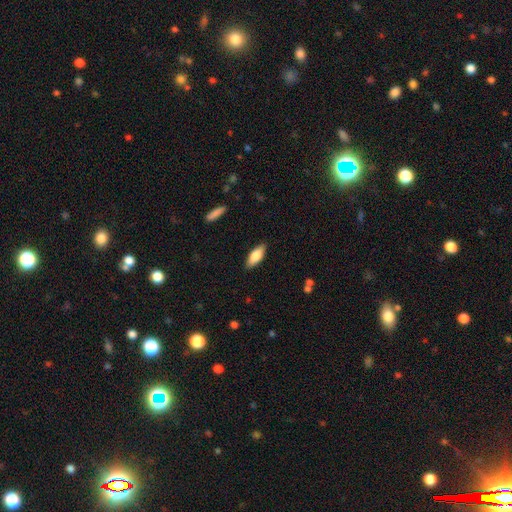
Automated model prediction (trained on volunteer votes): smooth 76%, featured or disk 18%, star or artifact 6%. Down the decision tree: how rounded — in between (75%); merging — none (87%).